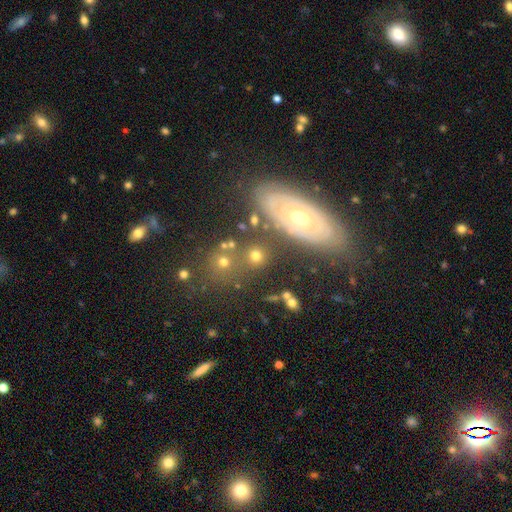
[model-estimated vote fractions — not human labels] Smooth or featured? Predicted: smooth (p=0.53). How rounded? Predicted: round (p=0.66). Merging? Predicted: none (p=0.75).